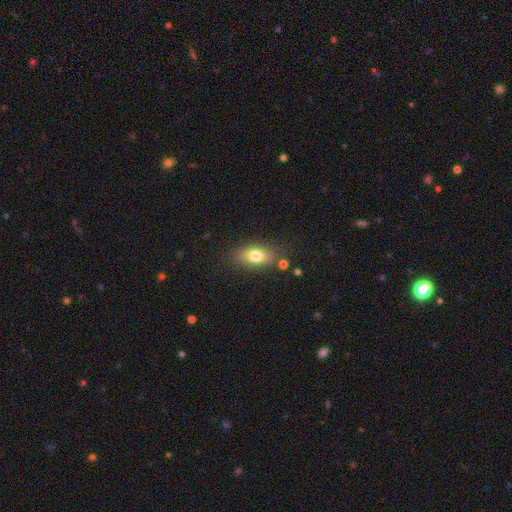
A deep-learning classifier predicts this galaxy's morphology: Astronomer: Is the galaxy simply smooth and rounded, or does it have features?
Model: smooth — 76%.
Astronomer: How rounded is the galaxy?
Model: in between — 82%.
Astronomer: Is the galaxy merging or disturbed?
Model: none — 79%.